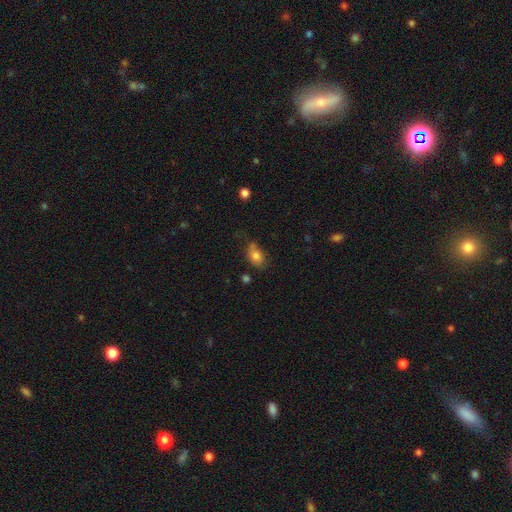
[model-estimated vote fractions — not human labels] This is likely a smooth galaxy (80%). How rounded: clearly in between (82%). Merging: possibly none (56%).